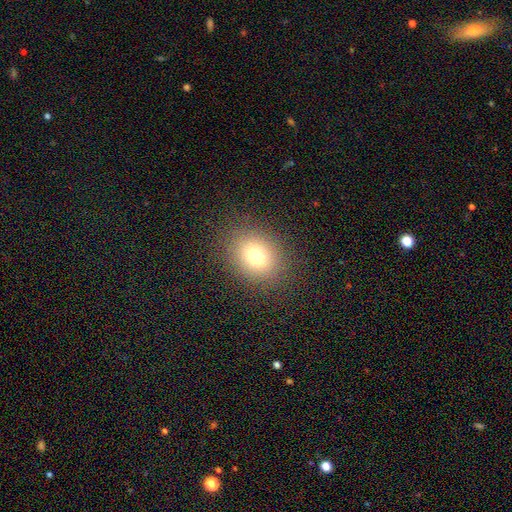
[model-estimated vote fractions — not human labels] Morphology: type=smooth (76%); roundness=round (51%); merging=none (87%).